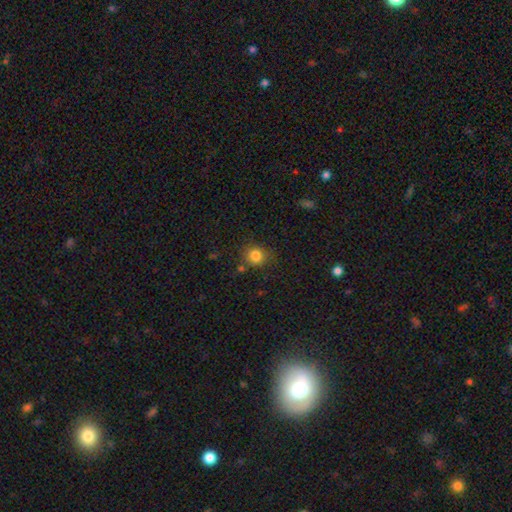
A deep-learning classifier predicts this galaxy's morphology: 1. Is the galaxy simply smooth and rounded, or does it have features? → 82% smooth, 12% star or artifact, 6% featured or disk.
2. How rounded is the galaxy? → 83% round, 16% in between, 1% cigar-shaped.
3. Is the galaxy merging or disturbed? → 77% none, 14% minor disturbance, 5% merger, 4% major disturbance.